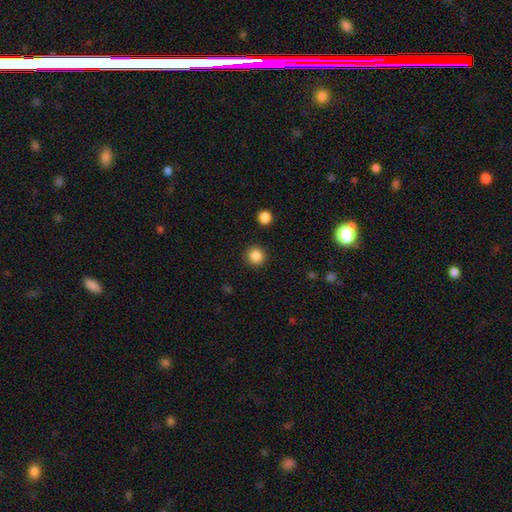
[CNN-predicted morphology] smooth-or-featured: smooth: 86% | star or artifact: 10% | featured or disk: 3%
  how-rounded: round: 94% | in between: 5% | cigar-shaped: 1%
  merging: none: 92% | minor disturbance: 5% | major disturbance: 2% | merger: 1%